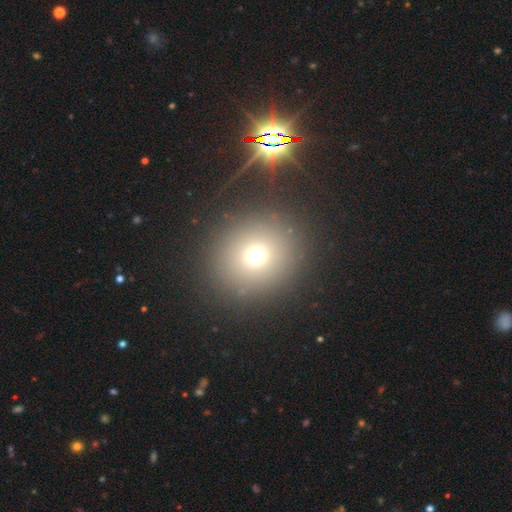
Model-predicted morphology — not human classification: Smooth or featured: smooth — 68% (star or artifact — 21%)
How rounded: round — 87% (in between — 12%)
Merging: none — 86% (minor disturbance — 7%)